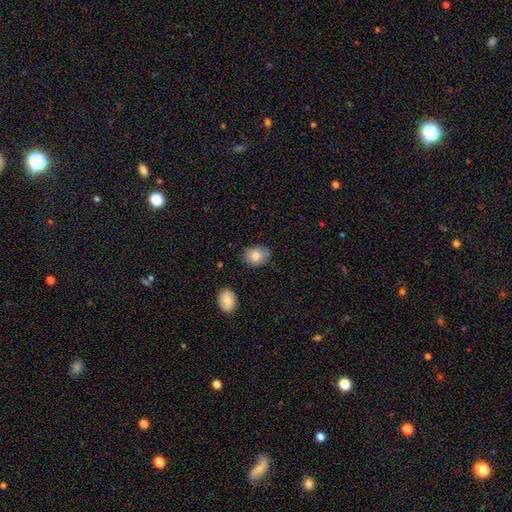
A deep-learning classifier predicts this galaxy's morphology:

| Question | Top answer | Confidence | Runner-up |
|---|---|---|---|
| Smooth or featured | smooth | 84% | featured or disk (9%) |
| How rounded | in between | 62% | round (37%) |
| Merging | none | 74% | minor disturbance (20%) |